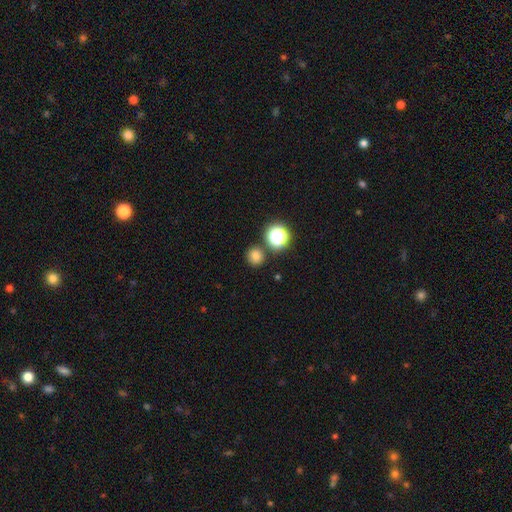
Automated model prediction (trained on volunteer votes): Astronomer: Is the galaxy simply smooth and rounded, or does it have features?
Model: smooth — 76%.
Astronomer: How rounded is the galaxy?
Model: round — 89%.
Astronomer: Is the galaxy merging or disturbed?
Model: none — 83%.